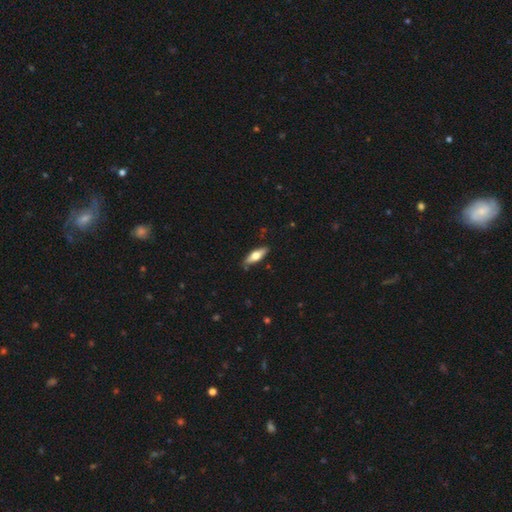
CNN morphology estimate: Smooth or featured? smooth (59%)
How rounded? in between (54%)
Merging? none (86%)